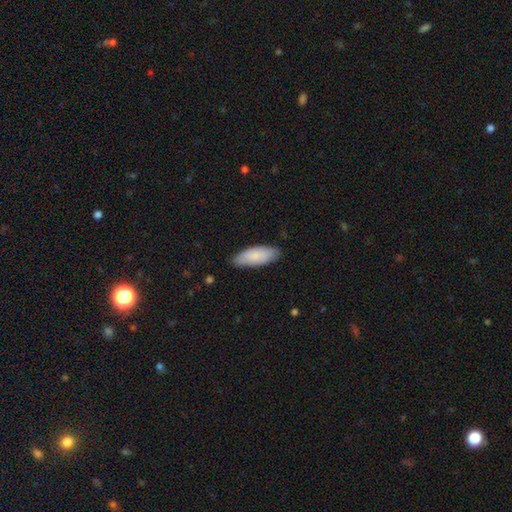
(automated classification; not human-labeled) Morphology: type=smooth (81%); roundness=in between (80%); merging=none (80%).